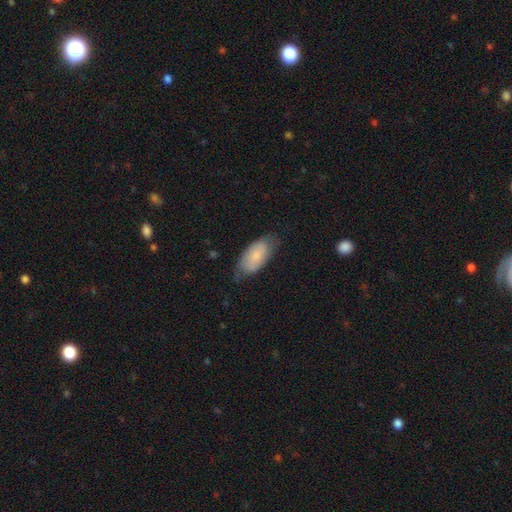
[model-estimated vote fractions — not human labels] smooth 75%, featured or disk 19%, star or artifact 6%. Down the decision tree: how rounded — in between (92%); merging — none (63%).